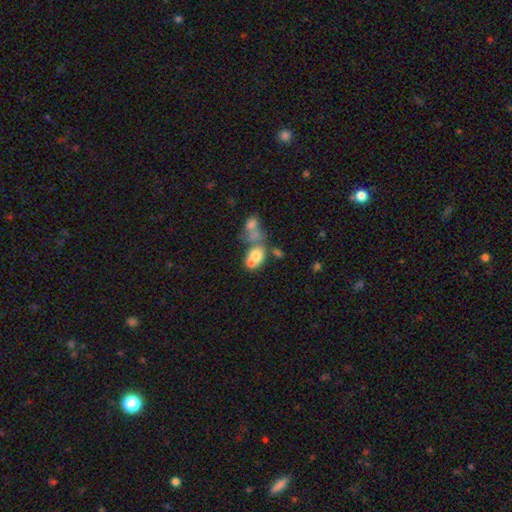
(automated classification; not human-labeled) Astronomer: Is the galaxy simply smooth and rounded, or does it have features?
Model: smooth — 65%.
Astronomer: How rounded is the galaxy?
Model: in between — 53% (runner-up: round, 46%).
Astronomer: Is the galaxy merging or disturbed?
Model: merger — 61%.